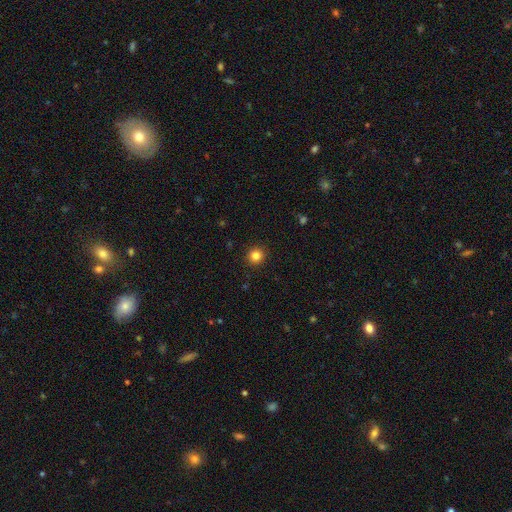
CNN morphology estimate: Smooth or featured? smooth (83%)
How rounded? round (95%)
Merging? none (92%)